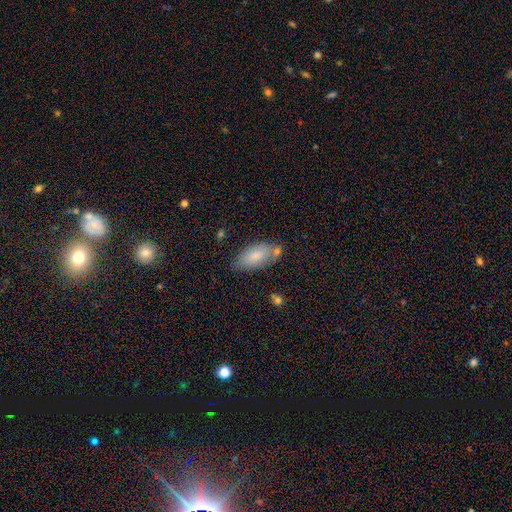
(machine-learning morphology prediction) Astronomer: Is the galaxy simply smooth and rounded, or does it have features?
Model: smooth — 82%.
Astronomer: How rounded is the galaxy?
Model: in between — 89%.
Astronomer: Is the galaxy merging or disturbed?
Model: none — 68%.